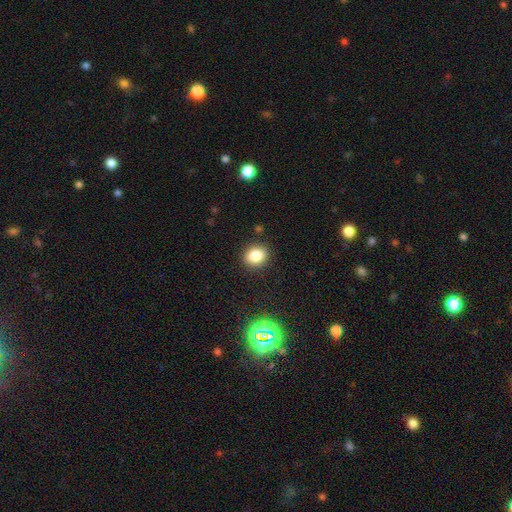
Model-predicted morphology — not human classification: Smooth or featured? Predicted: smooth (p=0.81). How rounded? Predicted: round (p=0.65). Merging? Predicted: none (p=0.89).